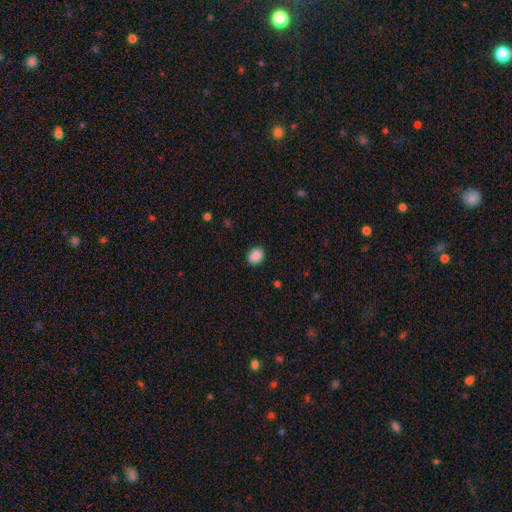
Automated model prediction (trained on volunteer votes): This is clearly a smooth galaxy (90%). How rounded: possibly in between (60%). Merging: clearly none (89%).